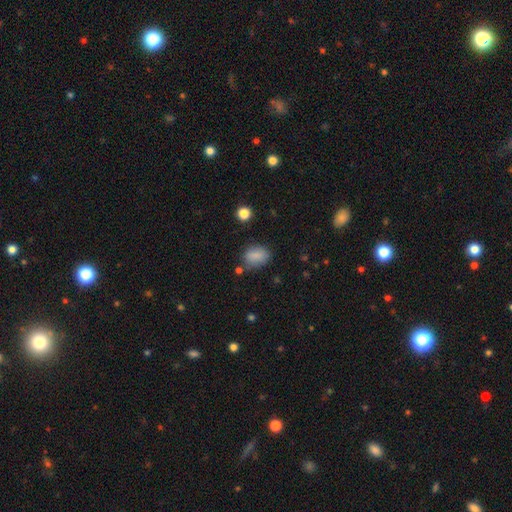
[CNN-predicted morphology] A smooth galaxy with no disk features (83%) that is in between round and cigar-shaped (76%). Merging: none (71%).